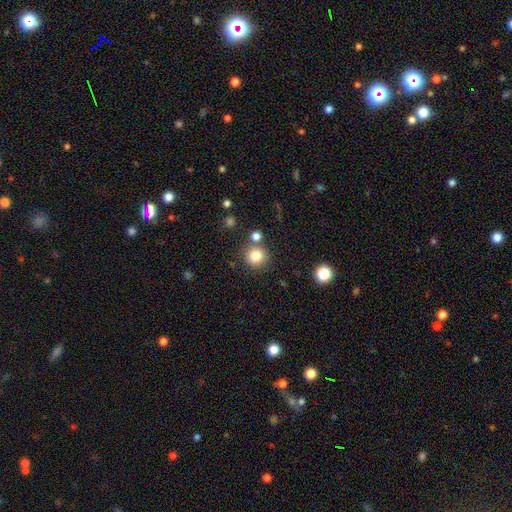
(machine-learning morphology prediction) smooth 81%, star or artifact 12%, featured or disk 7%. Down the decision tree: how rounded — round (92%); merging — none (80%).